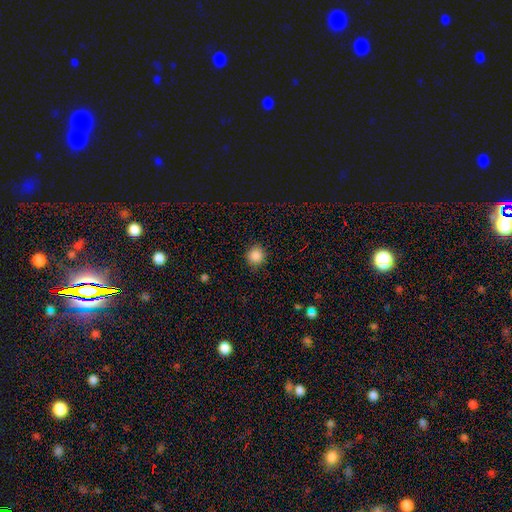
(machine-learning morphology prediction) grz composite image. It shows a smooth galaxy with no disk features (86%) that is round (89%). Merging: none (88%).